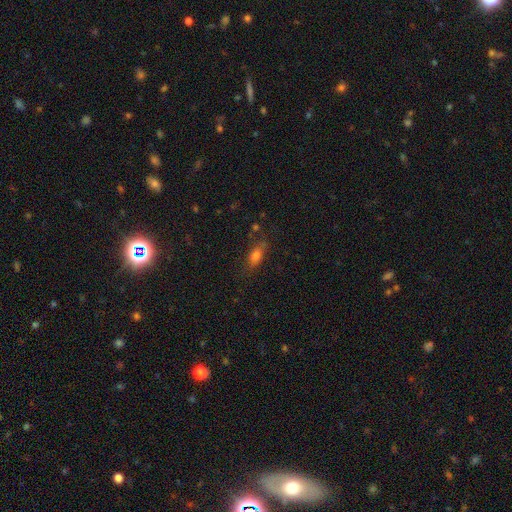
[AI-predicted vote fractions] Overall: smooth (73%). How rounded: in between (73%). Merging: none (72%).